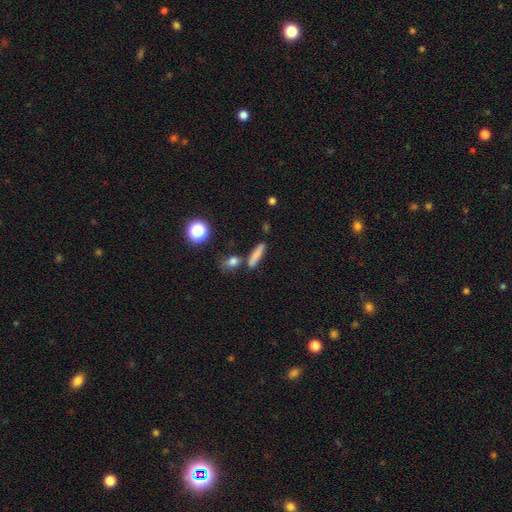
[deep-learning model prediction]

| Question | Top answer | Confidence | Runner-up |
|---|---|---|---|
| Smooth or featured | smooth | 76% | featured or disk (13%) |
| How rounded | cigar-shaped | 78% | in between (16%) |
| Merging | none | 72% | minor disturbance (13%) |